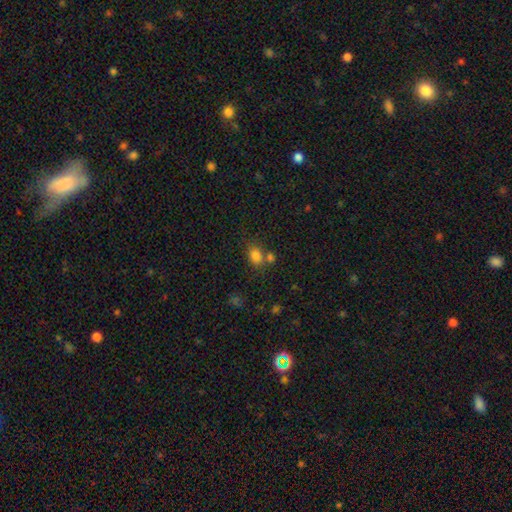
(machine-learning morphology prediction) Overall: smooth (81%). How rounded: in between (62%; round 37%). Merging: none (54%; merger 27%).